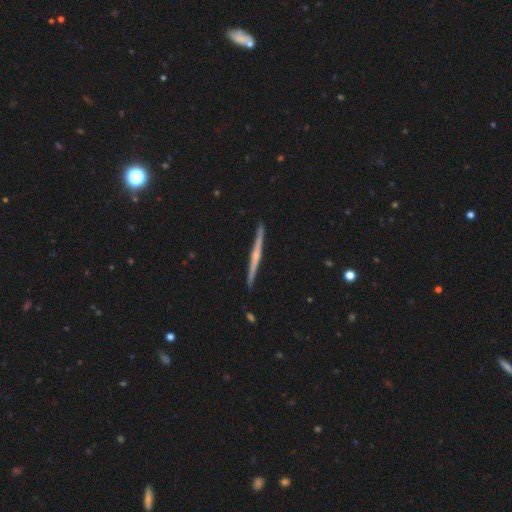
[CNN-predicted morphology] featured or disk 76%, smooth 19%, star or artifact 5%. Down the decision tree: edge-on disk — yes (98%); edge-on bulge — rounded (61%); merging — none (92%).